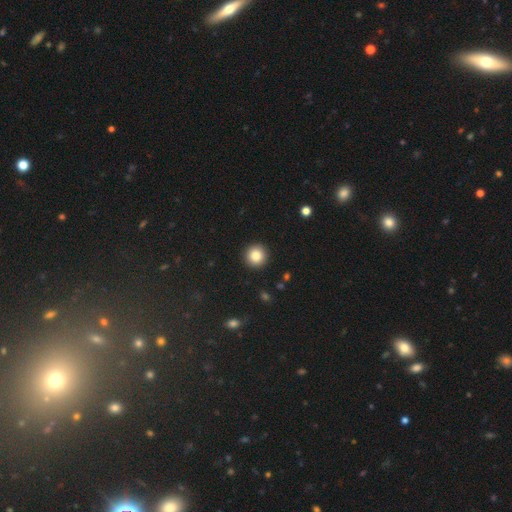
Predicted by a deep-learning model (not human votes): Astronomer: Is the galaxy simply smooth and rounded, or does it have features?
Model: smooth — 84%.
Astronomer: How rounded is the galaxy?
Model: round — 95%.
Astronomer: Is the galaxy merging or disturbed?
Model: none — 93%.